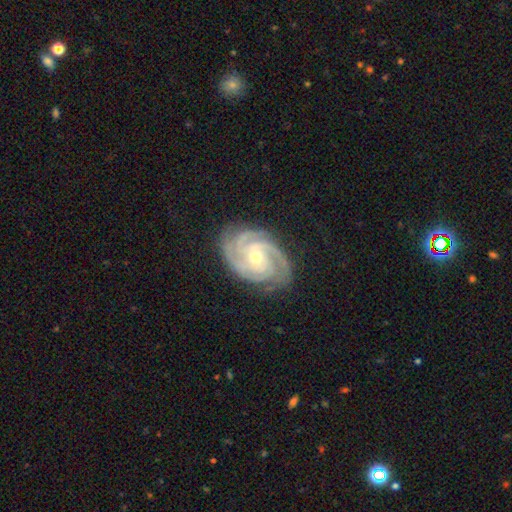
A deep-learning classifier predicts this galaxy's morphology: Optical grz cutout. It shows a featured or disk galaxy (93%) with no bar (61%), 3 (49%) tight (72%) spiral arms (99%) and a small central bulge (55%). Merging: none (80%).